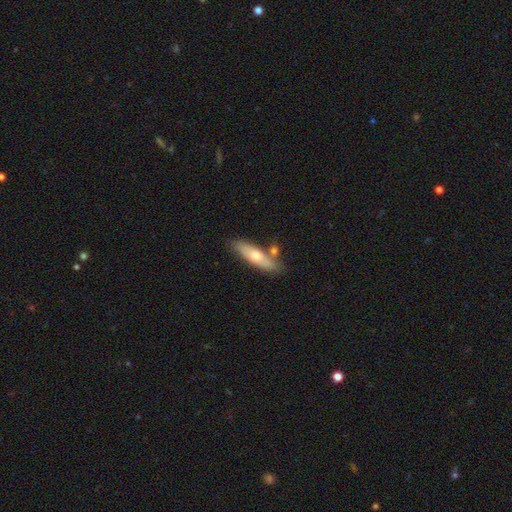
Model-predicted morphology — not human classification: Smooth or featured? smooth (61%)
How rounded? cigar-shaped (62%)
Merging? none (69%)